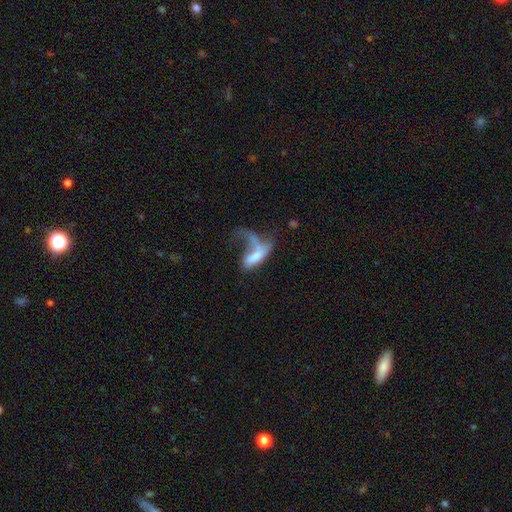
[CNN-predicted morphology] The model was most divided on "merging": major disturbance: 40%, merger: 35%, none: 15%, minor disturbance: 10%. More confident: how rounded — in between (62%); smooth or featured — smooth (55%).